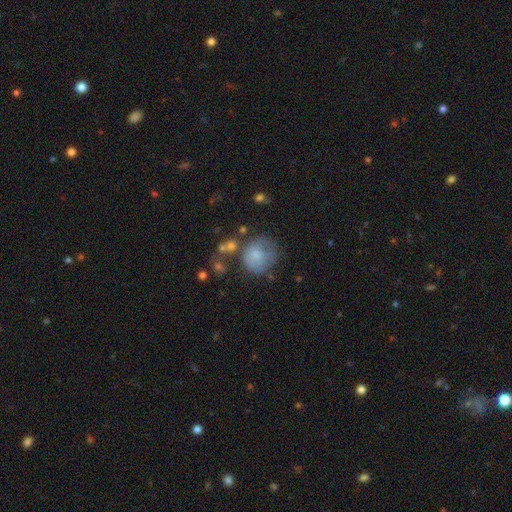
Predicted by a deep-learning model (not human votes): This is likely a smooth galaxy (70%). How rounded: clearly round (81%). Merging: possibly none (45%).